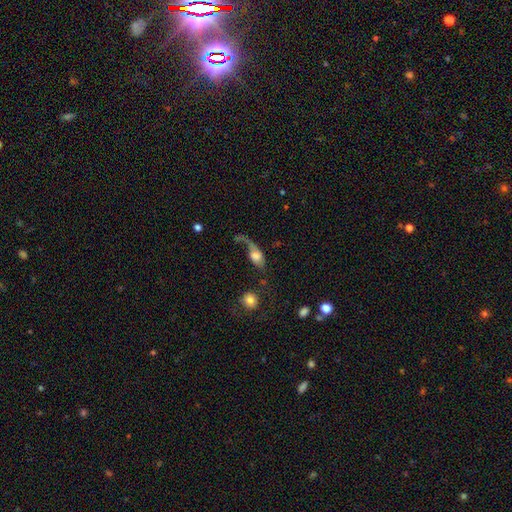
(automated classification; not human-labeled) Smooth or featured: smooth — 49% (featured or disk — 43%)
Merging: major disturbance — 51% (none — 22%)